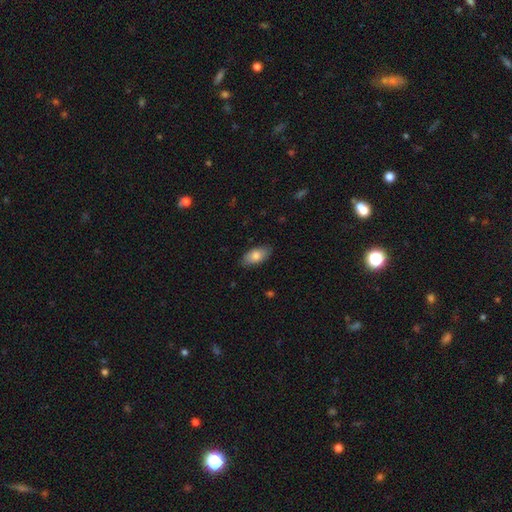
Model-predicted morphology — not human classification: Smooth or featured?
  - smooth: 80% *
  - featured or disk: 13%
  - star or artifact: 7%
How rounded?
  - in between: 92% *
  - cigar-shaped: 5%
  - round: 3%
Merging?
  - none: 85% *
  - minor disturbance: 11%
  - major disturbance: 2%
  - merger: 1%